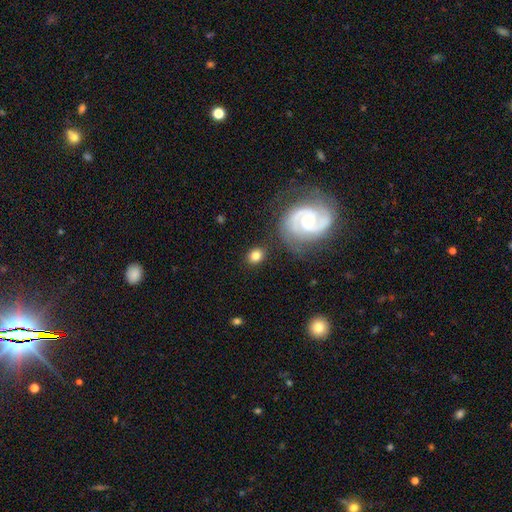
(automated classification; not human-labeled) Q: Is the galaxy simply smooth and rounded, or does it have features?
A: smooth — 72%.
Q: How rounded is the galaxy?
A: round — 58%.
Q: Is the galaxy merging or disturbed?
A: none — 79%.